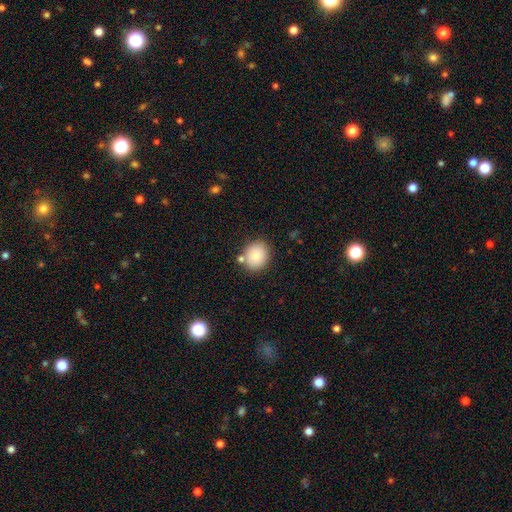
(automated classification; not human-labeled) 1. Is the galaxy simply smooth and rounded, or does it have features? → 84% smooth, 8% star or artifact, 8% featured or disk.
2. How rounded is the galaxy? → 65% round, 34% in between, 1% cigar-shaped.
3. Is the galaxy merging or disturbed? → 78% none, 11% minor disturbance, 8% merger, 3% major disturbance.